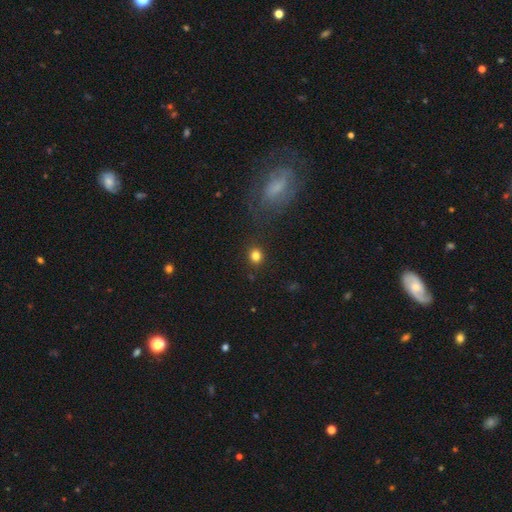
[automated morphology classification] The model was most divided on "how rounded": round: 84%, in between: 15%, cigar-shaped: 1%. More confident: merging — none (88%); smooth or featured — smooth (82%).